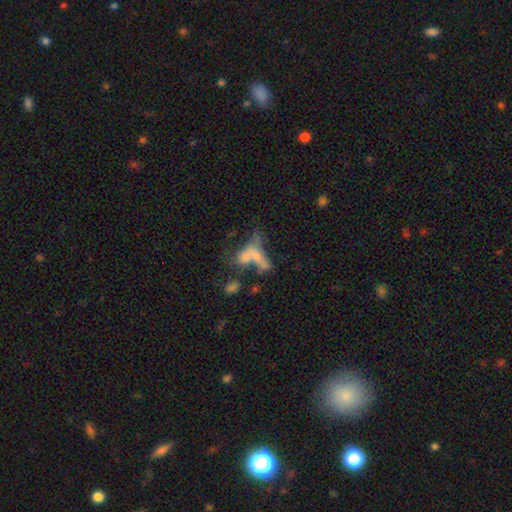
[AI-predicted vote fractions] Morphology: type=smooth (42%); merging=merger (51%).